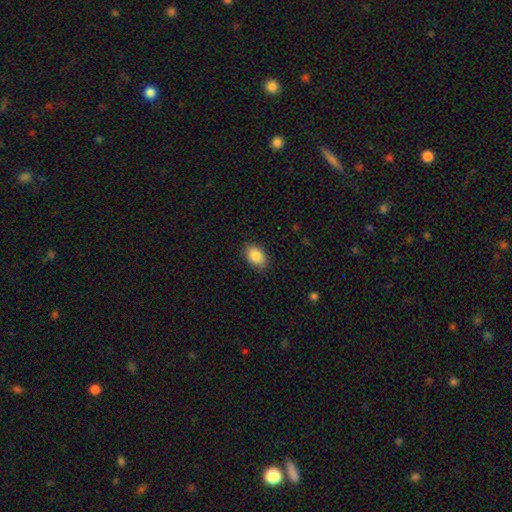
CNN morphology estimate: Smooth or featured?
  - smooth: 88% *
  - star or artifact: 7%
  - featured or disk: 5%
How rounded?
  - in between: 87% *
  - round: 11%
  - cigar-shaped: 1%
Merging?
  - none: 85% *
  - minor disturbance: 11%
  - major disturbance: 3%
  - merger: 1%